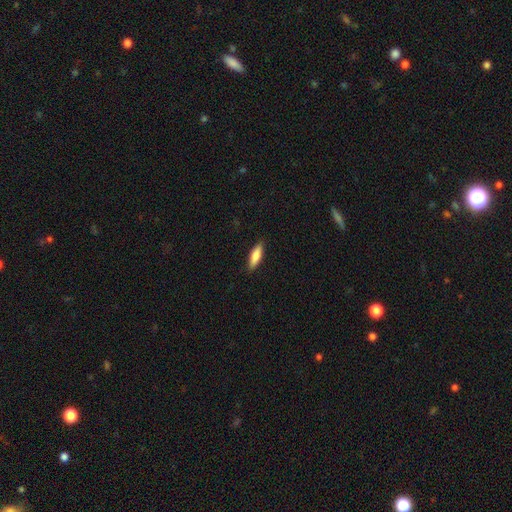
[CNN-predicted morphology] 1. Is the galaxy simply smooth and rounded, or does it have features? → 79% smooth, 15% featured or disk, 6% star or artifact.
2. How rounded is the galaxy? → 50% cigar-shaped, 48% in between, 2% round.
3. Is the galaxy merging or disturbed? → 88% none, 9% minor disturbance, 2% major disturbance, 1% merger.